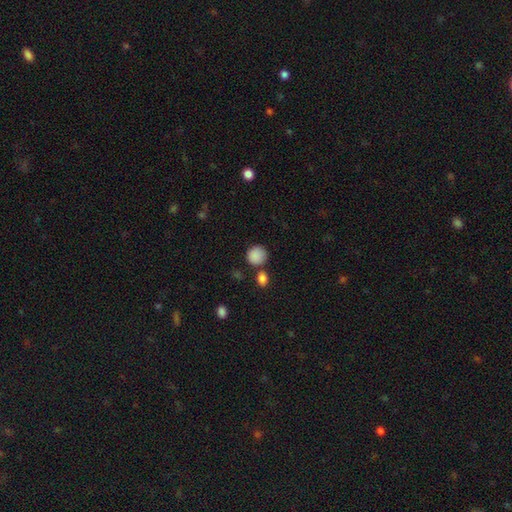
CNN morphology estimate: A smooth galaxy with no disk features (87%) that is round (86%). Merging: none (70%).